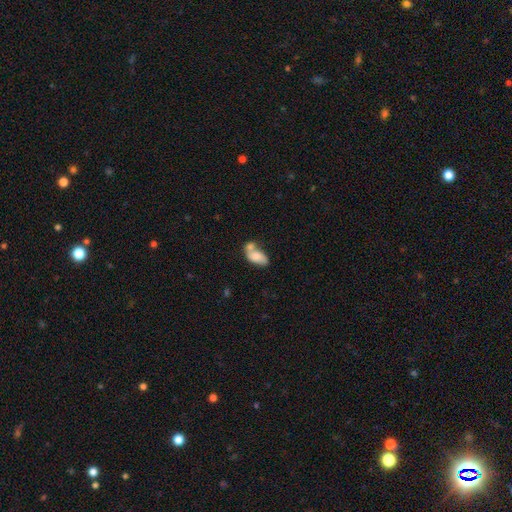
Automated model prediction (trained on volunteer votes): Smooth or featured? Predicted: smooth (p=0.69). How rounded? Predicted: in between (p=0.91). Merging? Predicted: merger (p=0.54).